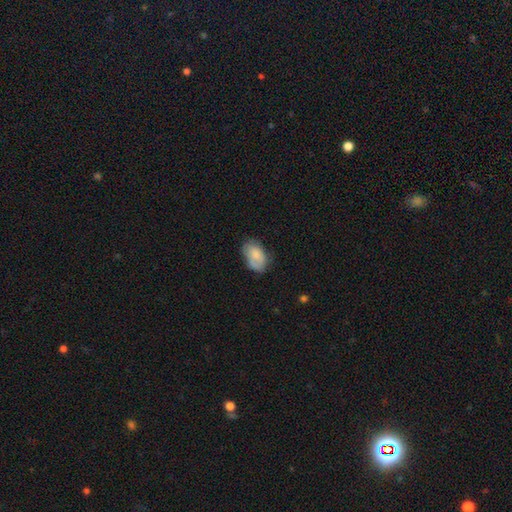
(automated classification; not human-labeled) This appears to be a smooth galaxy with no disk features (78%) that is in between round and cigar-shaped (91%). Merging: none (61%).